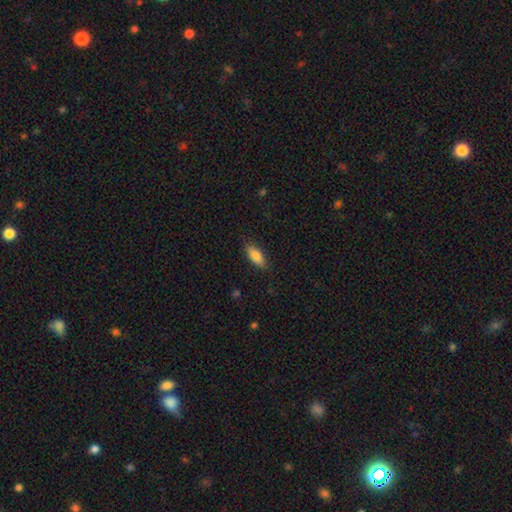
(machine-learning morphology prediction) Smooth or featured? Predicted: smooth (p=0.84). How rounded? Predicted: in between (p=0.79). Merging? Predicted: none (p=0.85).